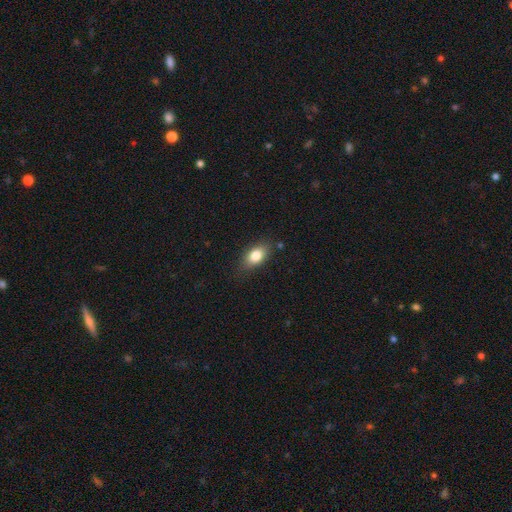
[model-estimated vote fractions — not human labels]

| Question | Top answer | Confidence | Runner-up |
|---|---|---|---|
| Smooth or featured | smooth | 81% | featured or disk (11%) |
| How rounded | in between | 85% | round (10%) |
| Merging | none | 81% | minor disturbance (14%) |